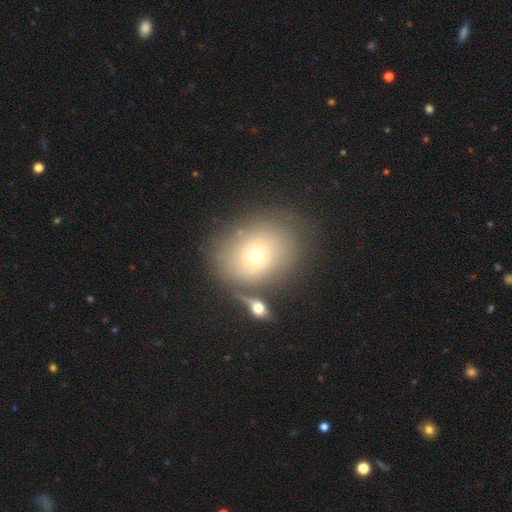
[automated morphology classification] This is likely a smooth galaxy (64%). How rounded: possibly round (54%). Merging: likely none (66%).